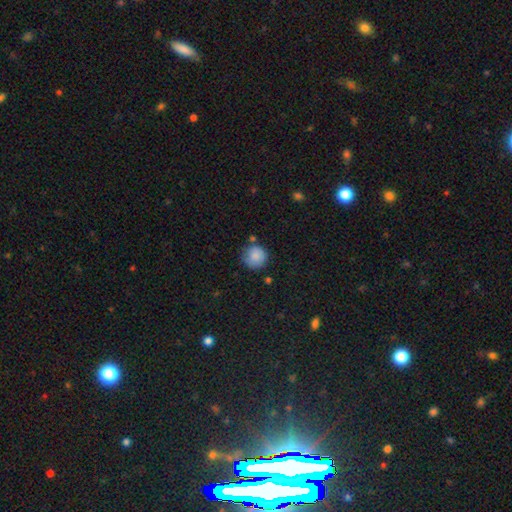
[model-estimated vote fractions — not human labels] Smooth or featured?
  - smooth: 86% *
  - star or artifact: 8%
  - featured or disk: 6%
How rounded?
  - round: 93% *
  - in between: 6%
  - cigar-shaped: 1%
Merging?
  - none: 73% *
  - minor disturbance: 17%
  - merger: 5%
  - major disturbance: 4%